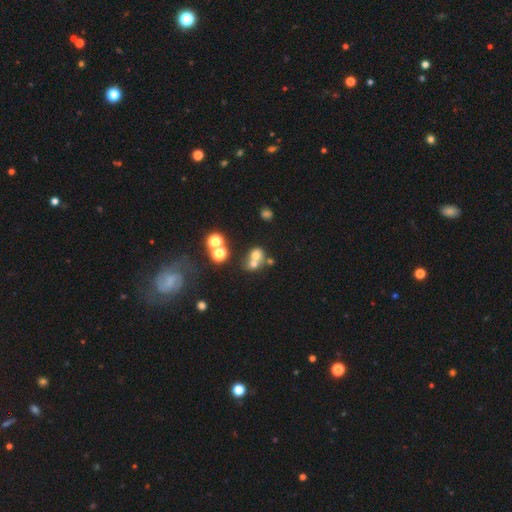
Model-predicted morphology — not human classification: smooth_or_featured: smooth (p=0.61) [alt: star or artifact p=0.20]
how_rounded: round (p=0.74) [alt: in between p=0.25]
merging: merger (p=0.55) [alt: none p=0.33]